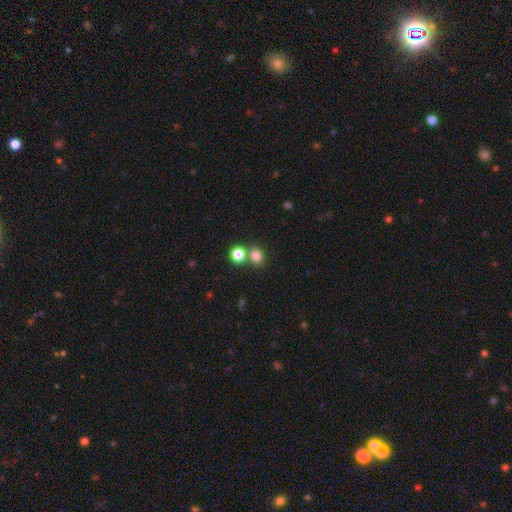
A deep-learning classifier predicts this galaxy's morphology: Overall: smooth (80%). How rounded: round (64%; in between 35%). Merging: none (58%; merger 30%).